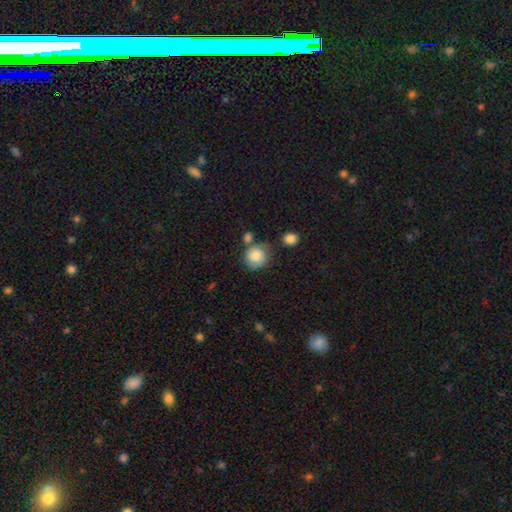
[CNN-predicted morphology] The model was most divided on "merging": none: 61%, minor disturbance: 19%, merger: 13%, major disturbance: 7%. More confident: how rounded — round (85%); smooth or featured — smooth (85%).